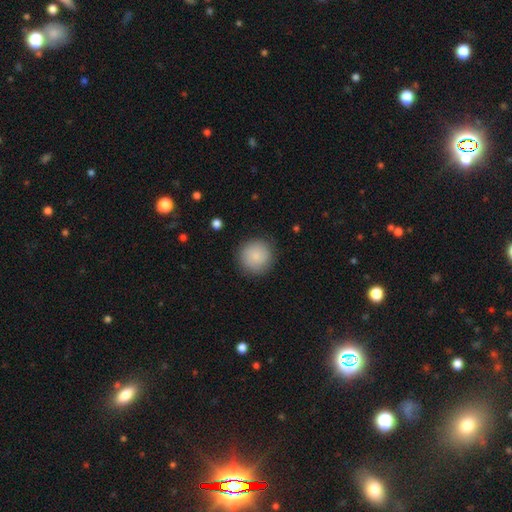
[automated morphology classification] smooth_or_featured: smooth (p=0.85) [alt: featured or disk p=0.08]
how_rounded: round (p=0.94) [alt: in between p=0.05]
merging: none (p=0.87) [alt: minor disturbance p=0.09]